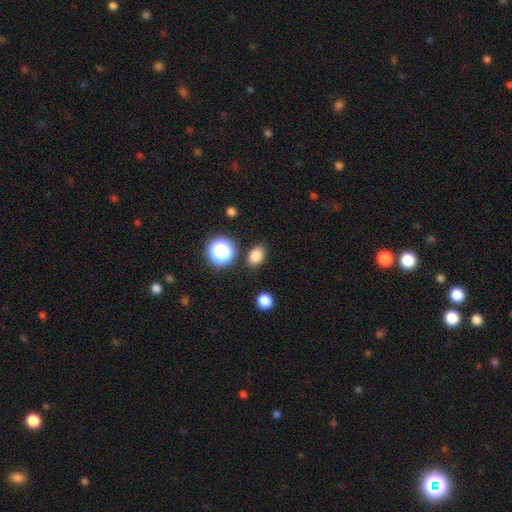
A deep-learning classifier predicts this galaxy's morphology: Smooth or featured?
  - smooth: 81% *
  - star or artifact: 13%
  - featured or disk: 6%
How rounded?
  - in between: 70% *
  - round: 28%
  - cigar-shaped: 1%
Merging?
  - none: 84% *
  - minor disturbance: 10%
  - merger: 4%
  - major disturbance: 3%